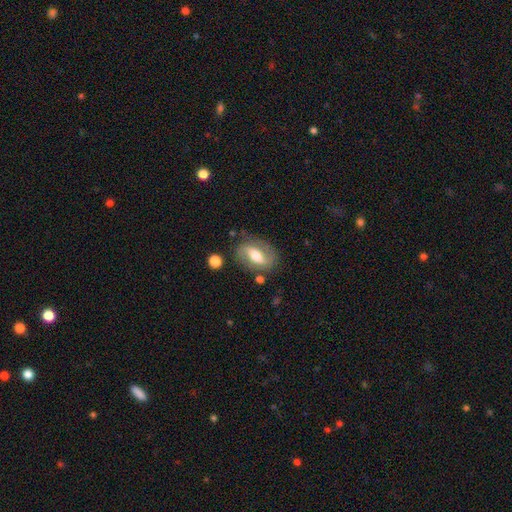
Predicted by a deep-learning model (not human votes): A featured or disk galaxy (62%) with a strong bar (43%), spiral arms (76%) and a moderate central bulge (68%). Merging: none (73%).